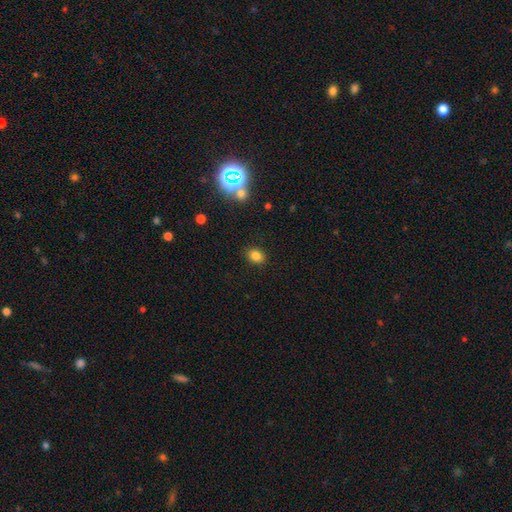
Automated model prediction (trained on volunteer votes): A smooth galaxy with no disk features (81%) that is in between round and cigar-shaped (50%). Merging: none (88%).